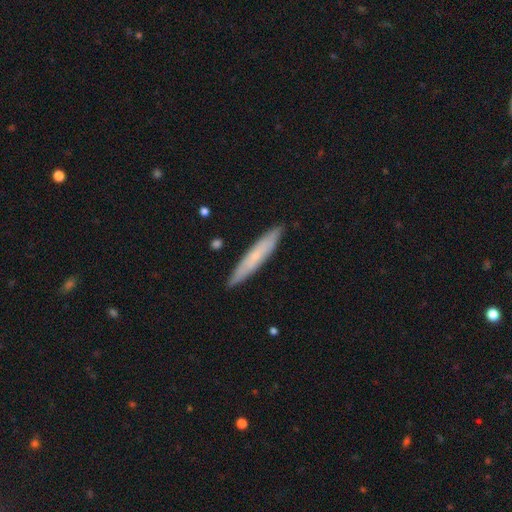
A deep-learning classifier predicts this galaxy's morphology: The model was most divided on "smooth or featured": smooth: 54%, featured or disk: 39%, star or artifact: 6%. More confident: how rounded — cigar-shaped (93%); merging — none (89%).